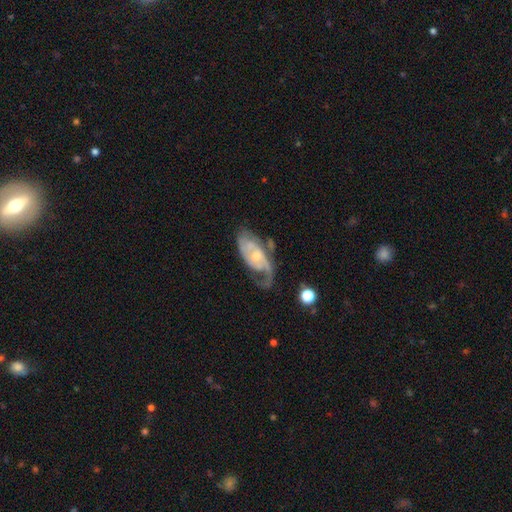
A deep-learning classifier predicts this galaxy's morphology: A featured or disk galaxy (82%) with no bar (58%), 2 (58%) medium (43%) spiral arms (93%) and a small central bulge (51%).

Vote fractions:
- Smooth or featured? featured or disk: 82% / smooth: 12% / star or artifact: 6%
- Edge-on disk? no: 94% / yes: 6%
- Bar? no: 58% / weak: 35% / strong: 8%
- Spiral arms? yes: 93% / no: 7%
- Spiral winding? medium: 43% / tight: 39% / loose: 18%
- Spiral arm count? 2: 58% / can't tell: 17% / 1: 16% / 3: 6% / 4: 2% / more than 4: 2%
- Bulge size? small: 51% / moderate: 39% / none: 6% / large: 3% / dominant: 1%
- Merging? none: 52% / minor disturbance: 24% / major disturbance: 20% / merger: 5%